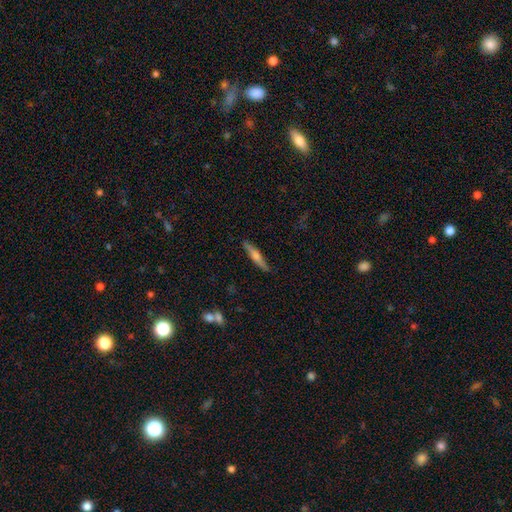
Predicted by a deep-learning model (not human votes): Smooth or featured: featured or disk — 57% (smooth — 36%)
Edge-on disk: yes — 95% (no — 5%)
Edge-on bulge: rounded — 84% (none — 10%)
Merging: none — 89% (minor disturbance — 8%)